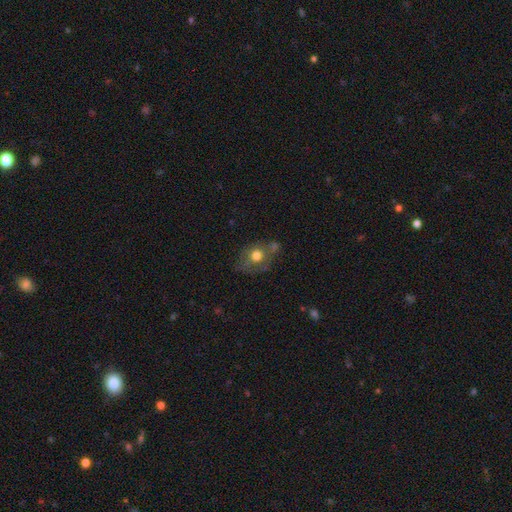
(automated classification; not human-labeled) smooth_or_featured: smooth (p=0.57) [alt: featured or disk p=0.32]
how_rounded: round (p=0.54) [alt: in between p=0.44]
merging: none (p=0.50) [alt: minor disturbance p=0.24]